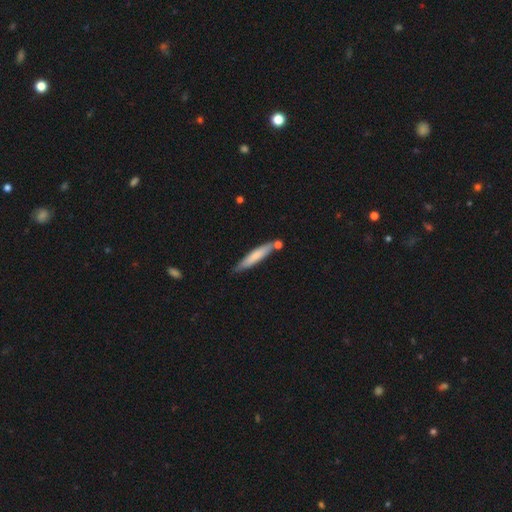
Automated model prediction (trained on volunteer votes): The model was most divided on "smooth or featured": smooth: 69%, featured or disk: 25%, star or artifact: 5%. More confident: how rounded — cigar-shaped (91%); merging — none (74%).